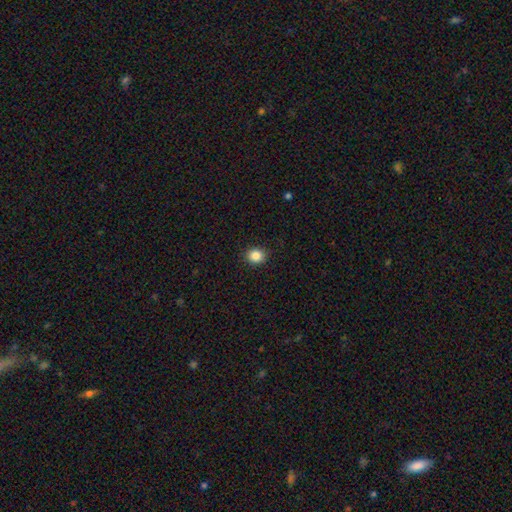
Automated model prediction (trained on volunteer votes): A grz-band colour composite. It shows a smooth galaxy with no disk features (85%) that is round (77%). Merging: none (89%).